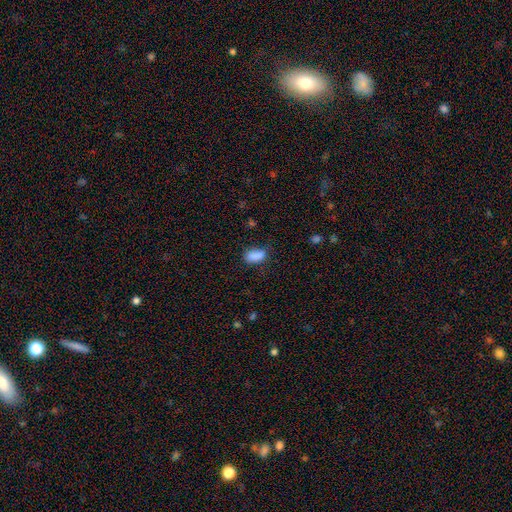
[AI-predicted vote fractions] smooth 87%, star or artifact 9%, featured or disk 4%. Down the decision tree: how rounded — in between (89%); merging — none (68%).